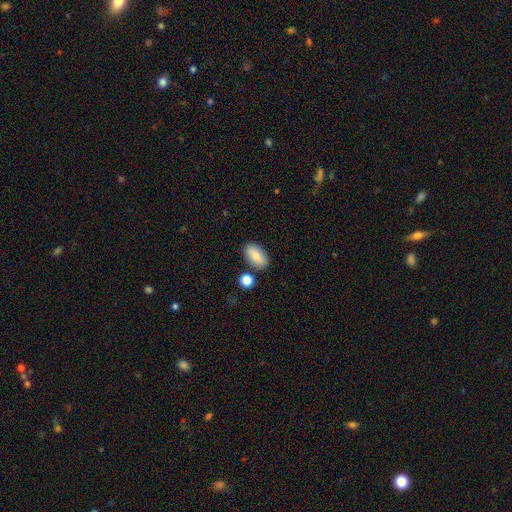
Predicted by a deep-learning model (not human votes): A smooth galaxy with no disk features (80%) that is in between round and cigar-shaped (92%). Merging: none (81%).